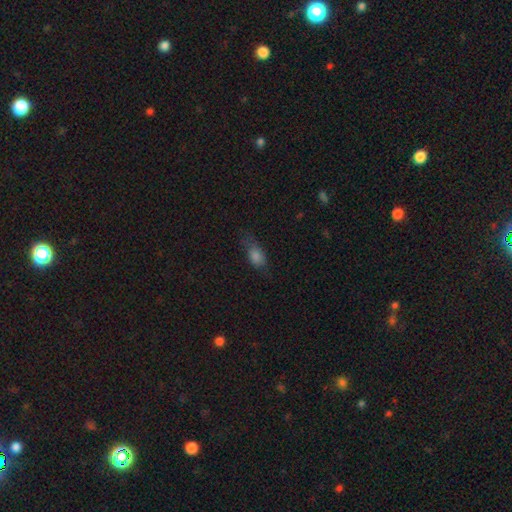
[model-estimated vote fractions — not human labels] The model was most divided on "merging": none: 48%, minor disturbance: 31%, major disturbance: 19%, merger: 2%. More confident: how rounded — in between (79%); smooth or featured — smooth (75%).